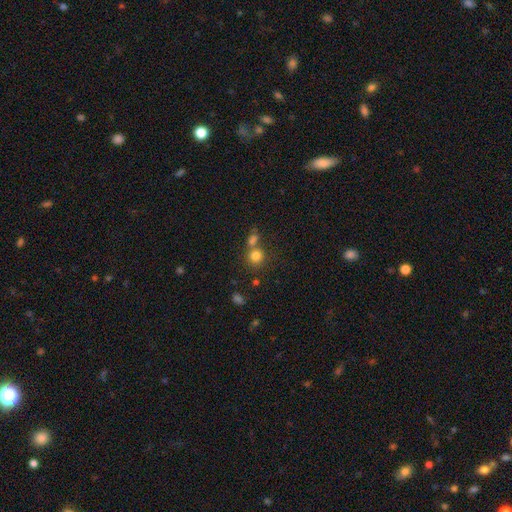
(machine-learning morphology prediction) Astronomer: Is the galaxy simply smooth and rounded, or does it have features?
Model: smooth — 78%.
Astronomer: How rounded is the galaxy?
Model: round — 87%.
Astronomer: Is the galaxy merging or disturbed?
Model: none — 55% (runner-up: merger, 33%).